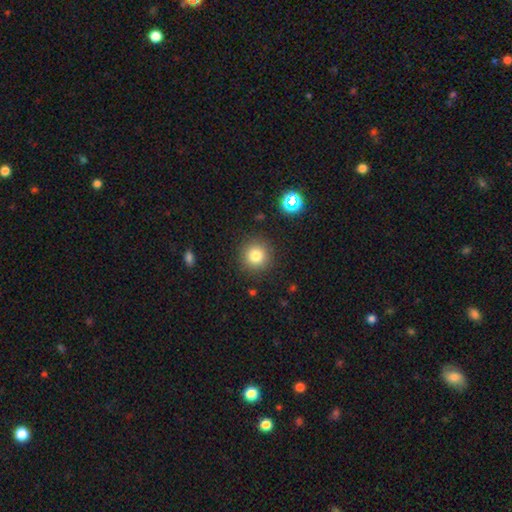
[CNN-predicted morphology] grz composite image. It shows a smooth galaxy with no disk features (80%) that is round (94%). Merging: none (89%).